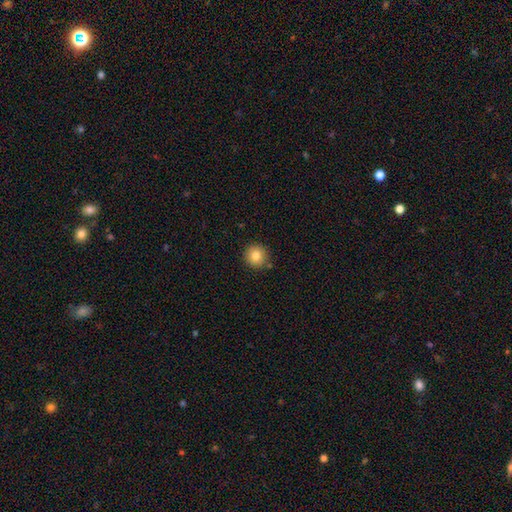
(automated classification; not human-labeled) Smooth or featured: smooth — 83% (star or artifact — 10%)
How rounded: round — 94% (in between — 5%)
Merging: none — 86% (minor disturbance — 9%)